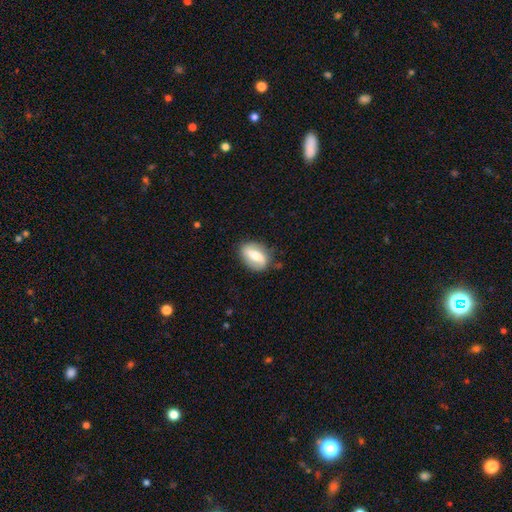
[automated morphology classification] This is possibly a featured or disk galaxy (49%). Merging: likely none (78%).